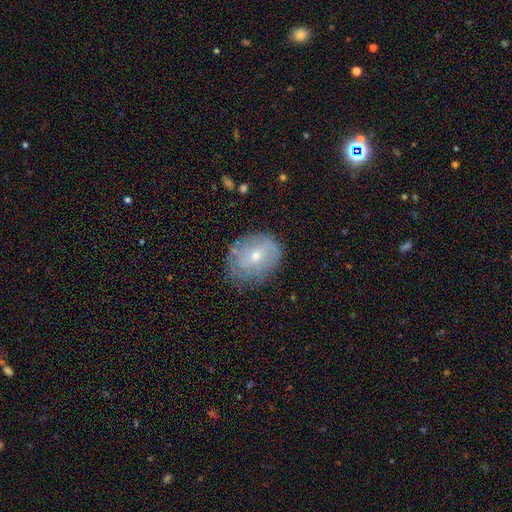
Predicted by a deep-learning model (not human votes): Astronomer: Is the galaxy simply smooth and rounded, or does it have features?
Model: featured or disk — 51% (runner-up: smooth, 39%).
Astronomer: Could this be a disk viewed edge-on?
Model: no — 95%.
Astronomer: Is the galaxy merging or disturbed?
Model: none — 74%.